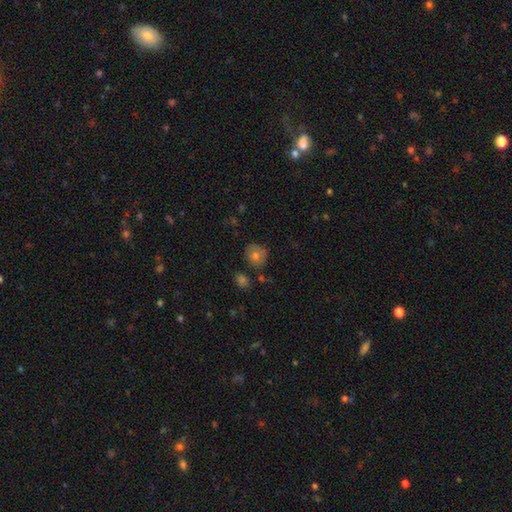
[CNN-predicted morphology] Smooth or featured: smooth — 74% (featured or disk — 16%)
How rounded: round — 83% (in between — 16%)
Merging: none — 75% (minor disturbance — 17%)